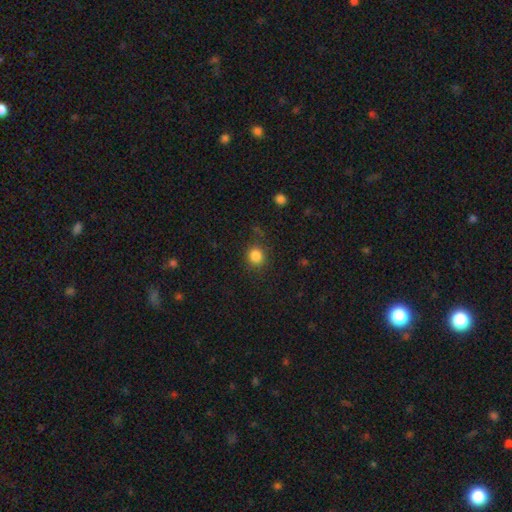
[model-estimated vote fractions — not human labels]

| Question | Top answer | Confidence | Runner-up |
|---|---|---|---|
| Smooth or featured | smooth | 85% | star or artifact (11%) |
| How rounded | round | 83% | in between (16%) |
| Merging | none | 83% | minor disturbance (11%) |